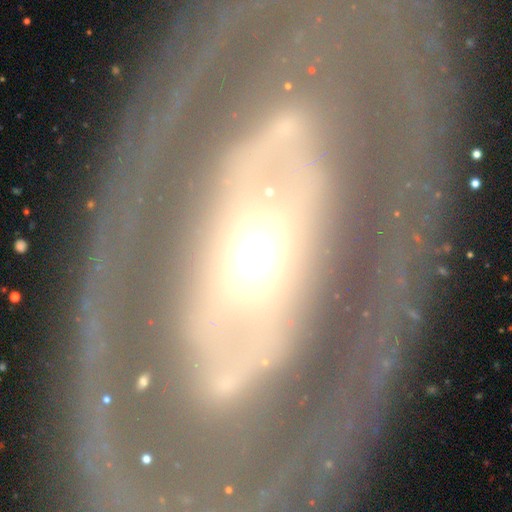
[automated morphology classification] type=featured or disk (69%); edge-on=no (76%); bar=no (37%); spiral arms=no (50%, tied with yes); bulge=moderate (63%); merging=none (60%).